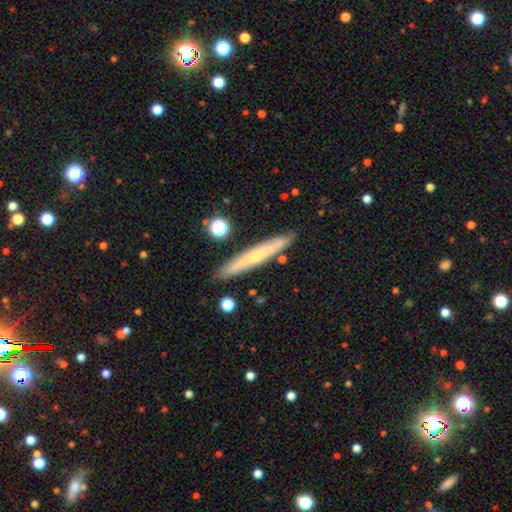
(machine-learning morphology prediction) smooth_or_featured: featured or disk (p=0.53) [alt: smooth p=0.40]
disk_edge_on: yes (p=0.90) [alt: no p=0.10]
merging: none (p=0.87) [alt: minor disturbance p=0.09]